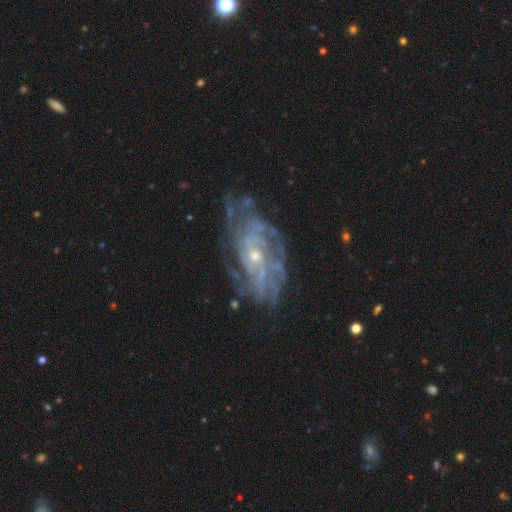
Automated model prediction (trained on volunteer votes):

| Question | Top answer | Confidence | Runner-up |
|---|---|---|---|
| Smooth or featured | featured or disk | 84% | star or artifact (8%) |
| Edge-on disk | no | 94% | yes (6%) |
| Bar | no | 69% | weak (25%) |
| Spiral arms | yes | 90% | no (10%) |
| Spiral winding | tight | 58% | medium (31%) |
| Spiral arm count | can't tell | 46% | 4 (13%) |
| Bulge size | small | 73% | moderate (23%) |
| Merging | none | 68% | minor disturbance (20%) |